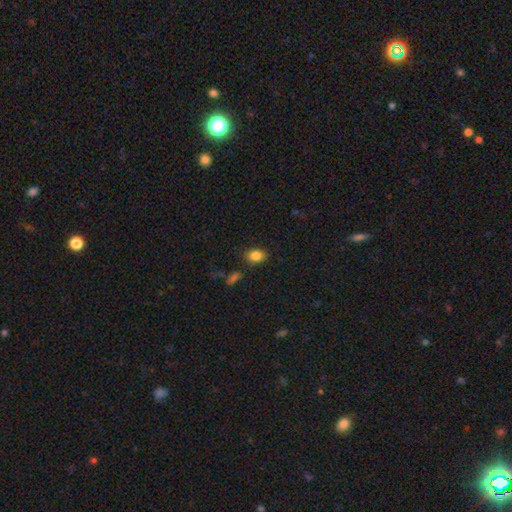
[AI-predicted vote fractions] Morphology: type=smooth (84%); roundness=in between (70%); merging=none (82%).